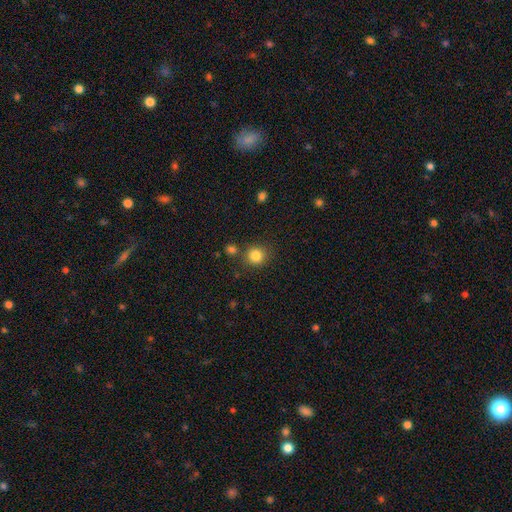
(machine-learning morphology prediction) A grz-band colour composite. It shows a smooth galaxy with no disk features (83%) that is round (89%). Merging: none (80%).